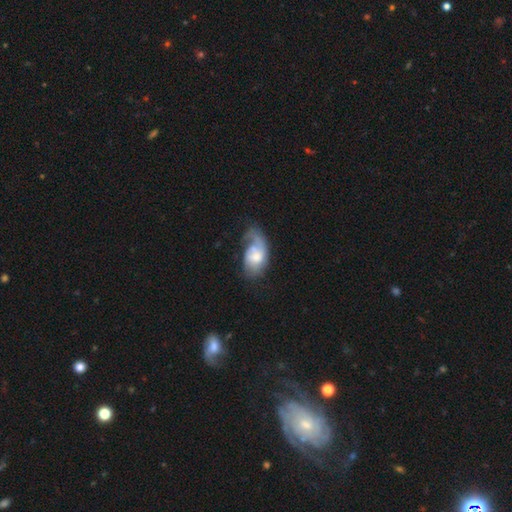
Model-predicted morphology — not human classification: Overall: featured or disk (56%; smooth 38%). Edge-on disk: no (96%). Bar: no (68%). Spiral arms: yes (75%). Bulge size: moderate (50%; small 31%). Merging: major disturbance (38%; none 30%).